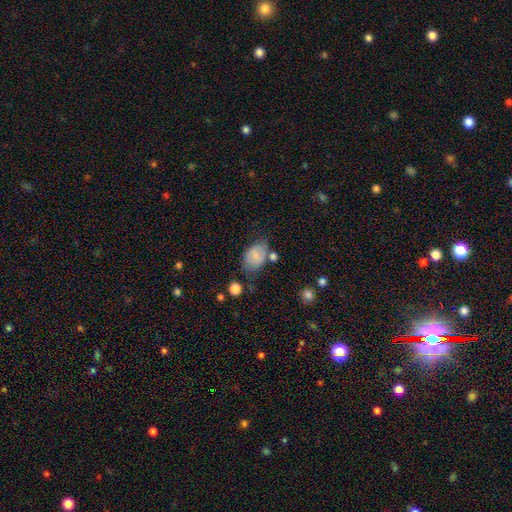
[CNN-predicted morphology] smooth_or_featured: smooth (p=0.72) [alt: featured or disk p=0.20]
how_rounded: in between (p=0.83) [alt: round p=0.16]
merging: none (p=0.54) [alt: minor disturbance p=0.27]